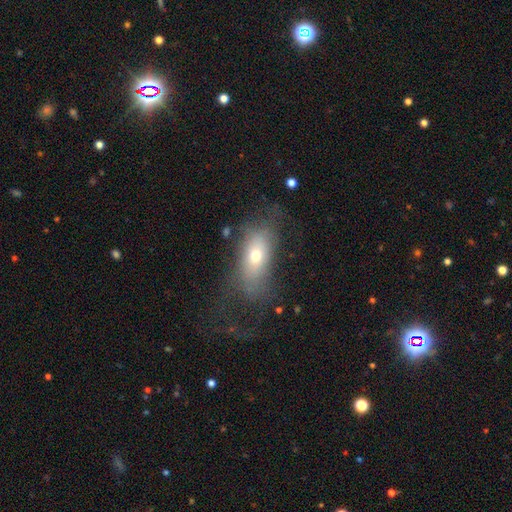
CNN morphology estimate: The model was most divided on "merging": none: 43%, major disturbance: 32%, minor disturbance: 22%, merger: 3%. More confident: how rounded — in between (81%); smooth or featured — smooth (58%).